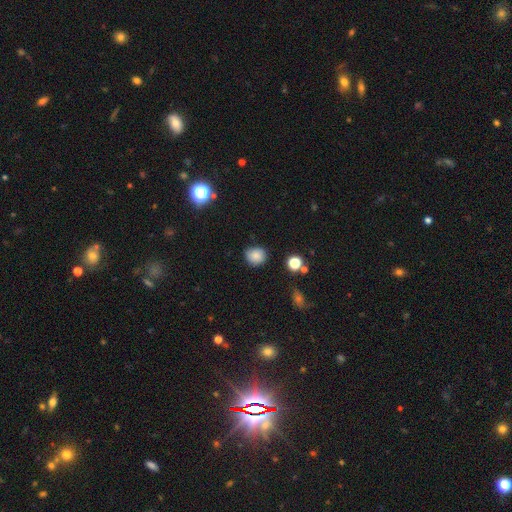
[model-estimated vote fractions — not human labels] The model was most divided on "how rounded": round: 80%, in between: 19%, cigar-shaped: 1%. More confident: smooth or featured — smooth (83%); merging — none (82%).